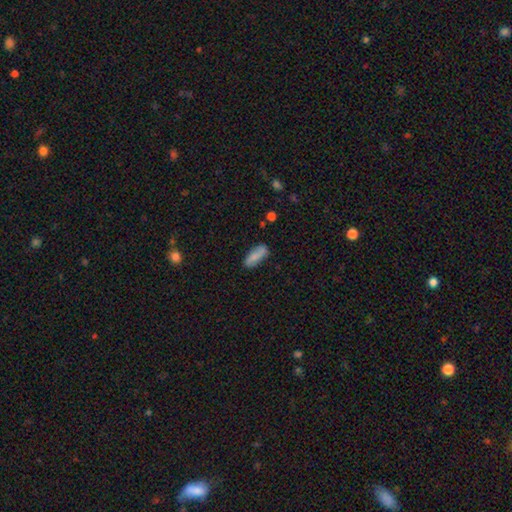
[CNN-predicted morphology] Smooth or featured?
  - smooth: 81% *
  - featured or disk: 13%
  - star or artifact: 7%
How rounded?
  - in between: 72% *
  - cigar-shaped: 26%
  - round: 2%
Merging?
  - none: 77% *
  - minor disturbance: 17%
  - major disturbance: 3%
  - merger: 3%